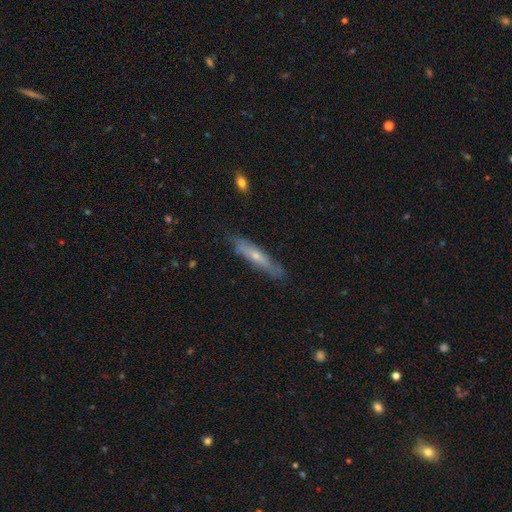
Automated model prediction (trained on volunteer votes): A featured or disk galaxy (49%). Merging: none (78%).